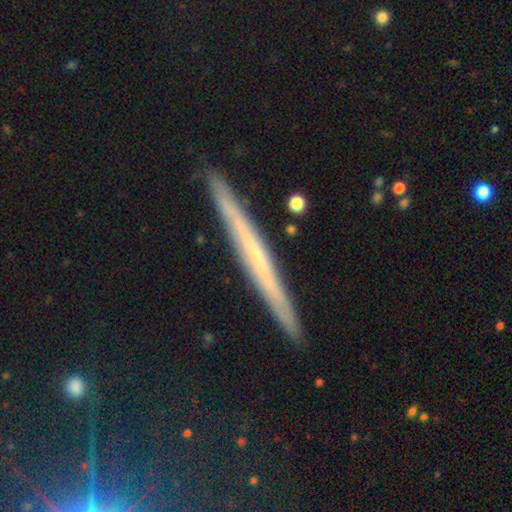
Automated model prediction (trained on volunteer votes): Overall: featured or disk (65%; smooth 26%). Edge-on disk: yes (96%). Edge-on bulge: none (78%). Merging: none (90%).